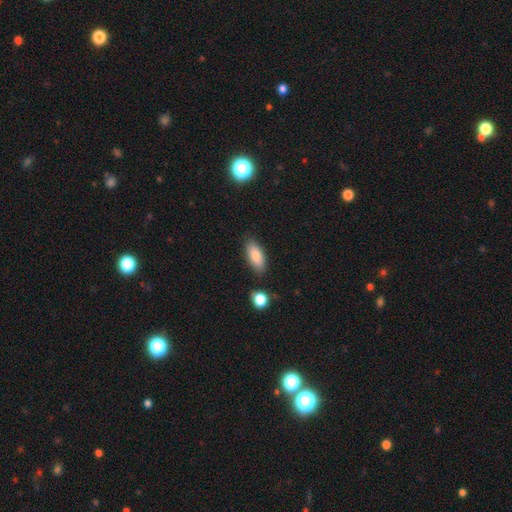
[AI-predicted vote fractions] smooth 84%, featured or disk 9%, star or artifact 7%. Down the decision tree: how rounded — in between (85%); merging — none (82%).